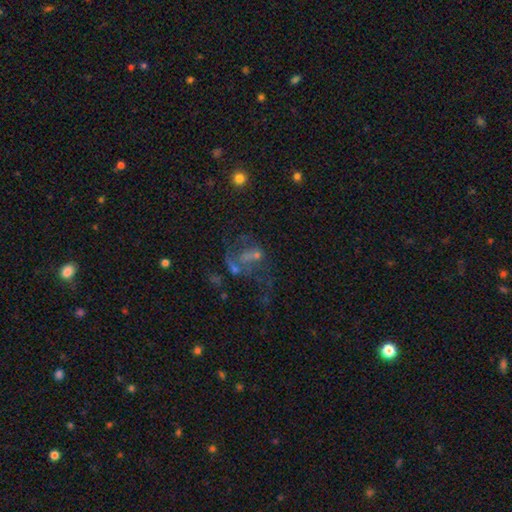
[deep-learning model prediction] Smooth or featured? Predicted: featured or disk (p=0.50). Edge-on disk? Predicted: no (p=0.96). Merging? Predicted: major disturbance (p=0.39).